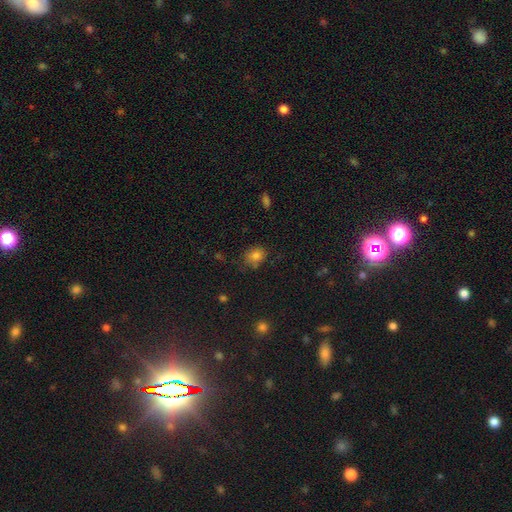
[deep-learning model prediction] The model was most divided on "how rounded": round: 58%, in between: 41%, cigar-shaped: 1%. More confident: smooth or featured — smooth (80%); merging — none (72%).